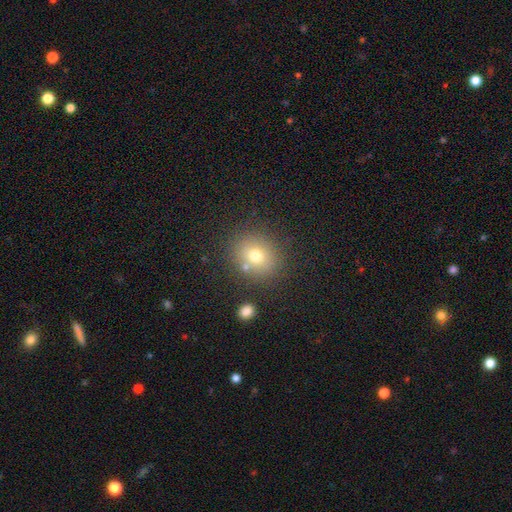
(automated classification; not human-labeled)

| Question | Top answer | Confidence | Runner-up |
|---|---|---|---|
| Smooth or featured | smooth | 72% | star or artifact (15%) |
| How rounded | round | 73% | in between (26%) |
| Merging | none | 78% | minor disturbance (10%) |